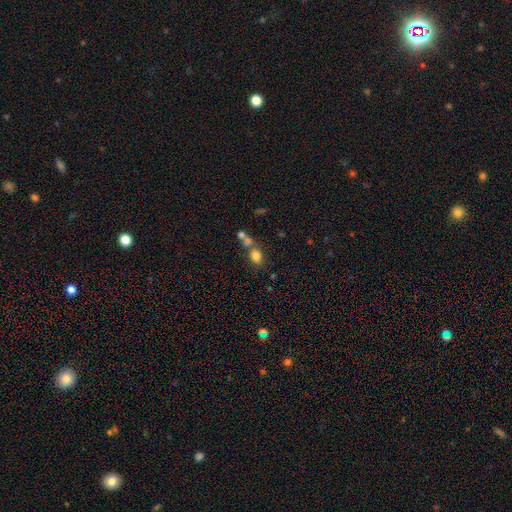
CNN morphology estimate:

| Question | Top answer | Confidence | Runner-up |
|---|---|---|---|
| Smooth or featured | smooth | 78% | star or artifact (12%) |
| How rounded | in between | 61% | round (37%) |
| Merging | none | 45% | merger (37%) |